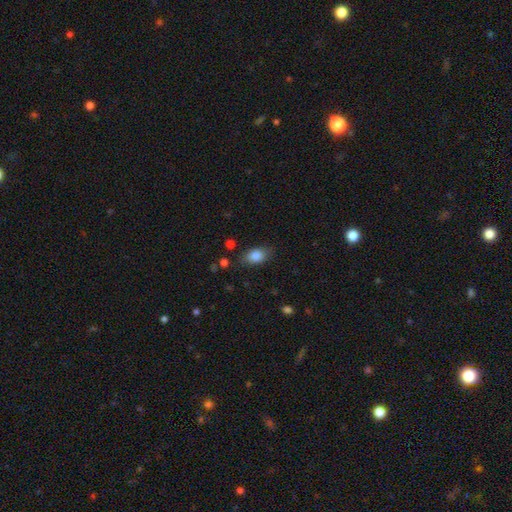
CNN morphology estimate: Q: Smooth or featured?
A: smooth (84%); runner-up: star or artifact (8%)
Q: How rounded?
A: in between (83%); runner-up: round (15%)
Q: Merging?
A: none (80%); runner-up: minor disturbance (14%)